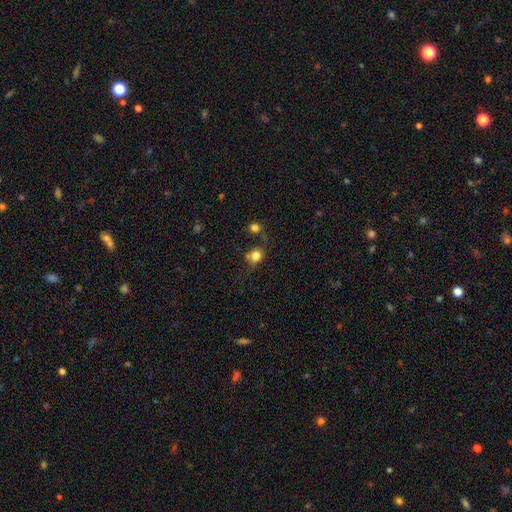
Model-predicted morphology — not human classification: Q: Smooth or featured?
A: smooth (79%); runner-up: star or artifact (13%)
Q: How rounded?
A: round (71%); runner-up: in between (28%)
Q: Merging?
A: none (57%); runner-up: merger (18%)